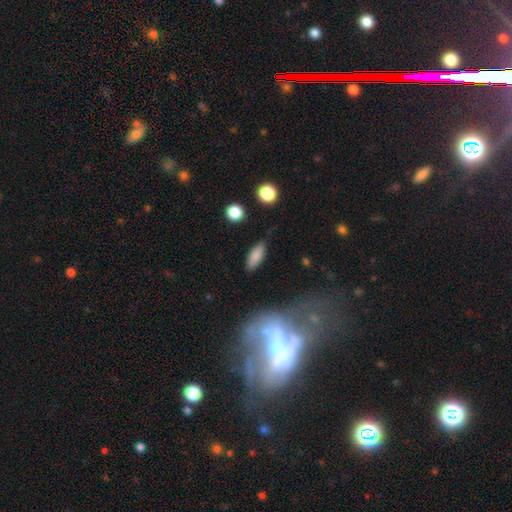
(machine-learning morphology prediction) The model was most divided on "how rounded": in between: 70%, cigar-shaped: 27%, round: 3%. More confident: smooth or featured — smooth (84%); merging — none (81%).